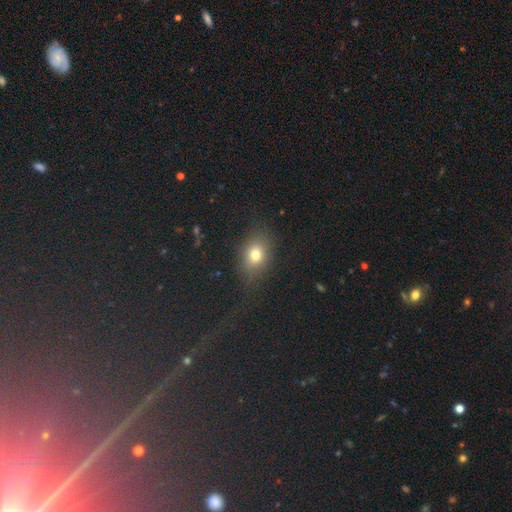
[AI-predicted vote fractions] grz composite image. It shows a smooth galaxy with no disk features (71%) that is in between round and cigar-shaped (54%). Merging: none (74%).